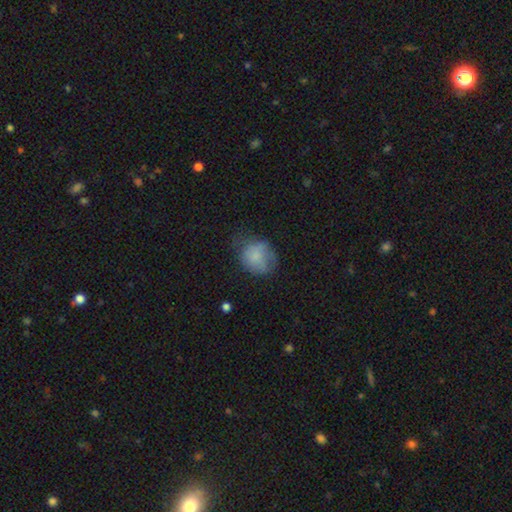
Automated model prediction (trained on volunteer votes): A smooth galaxy with no disk features (74%) that is round (62%).

Vote fractions:
- Smooth or featured? smooth: 74% / featured or disk: 17% / star or artifact: 9%
- How rounded? round: 62% / in between: 37% / cigar-shaped: 1%
- Merging? none: 44% / minor disturbance: 34% / major disturbance: 20% / merger: 2%